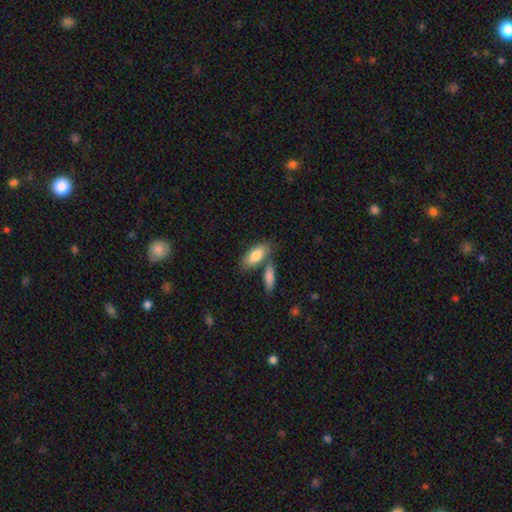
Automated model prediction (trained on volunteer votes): Morphology: type=smooth (82%); roundness=in between (85%); merging=none (55%).